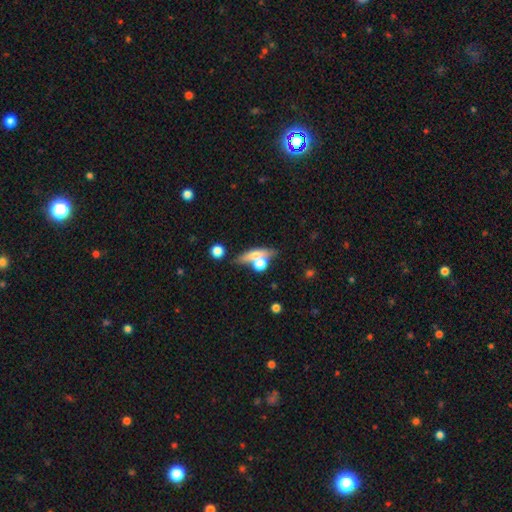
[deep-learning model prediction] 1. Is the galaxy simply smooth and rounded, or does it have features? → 55% smooth, 35% featured or disk, 10% star or artifact.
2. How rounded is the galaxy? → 46% cigar-shaped, 37% in between, 17% round.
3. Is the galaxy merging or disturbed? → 47% none, 34% merger, 12% minor disturbance, 7% major disturbance.